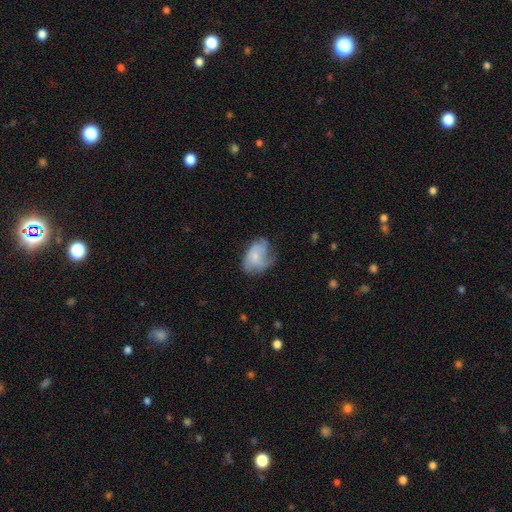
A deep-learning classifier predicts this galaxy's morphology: Q: Smooth or featured?
A: smooth (50%); runner-up: featured or disk (42%)
Q: Merging?
A: none (40%); runner-up: minor disturbance (34%)